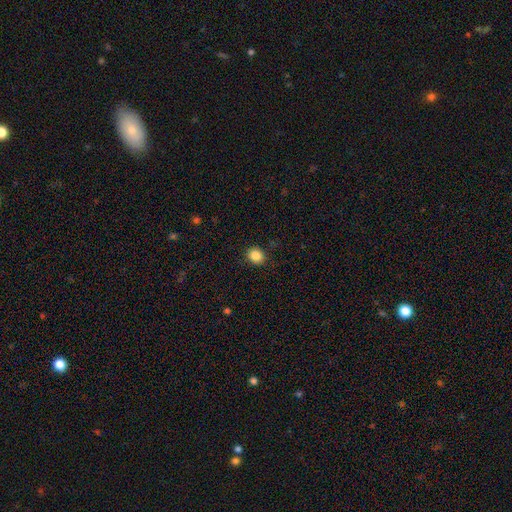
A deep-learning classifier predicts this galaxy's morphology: smooth-or-featured: smooth: 86% | star or artifact: 10% | featured or disk: 4%
  how-rounded: round: 72% | in between: 27% | cigar-shaped: 1%
  merging: none: 89% | minor disturbance: 8% | major disturbance: 2% | merger: 1%